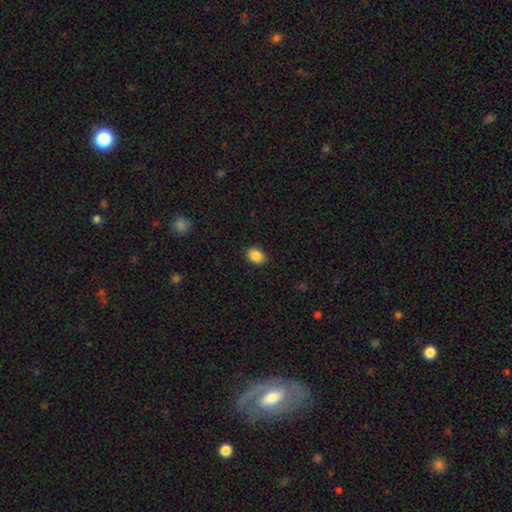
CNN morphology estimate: This appears to be a smooth galaxy with no disk features (88%) that is in between round and cigar-shaped (59%). Merging: none (89%).